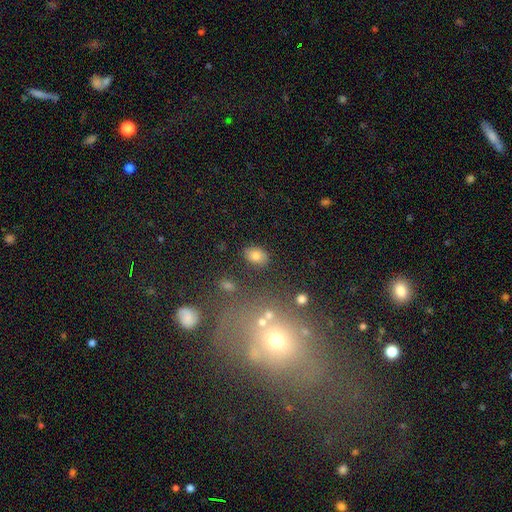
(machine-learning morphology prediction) Smooth or featured: smooth — 78% (star or artifact — 12%)
How rounded: in between — 77% (round — 22%)
Merging: none — 82% (minor disturbance — 11%)